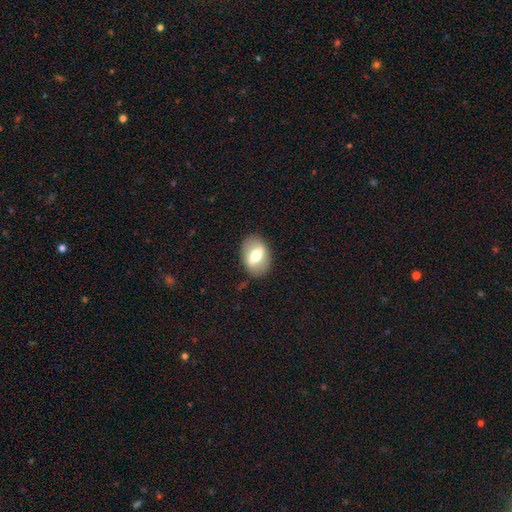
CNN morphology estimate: Q: Smooth or featured?
A: smooth (49%); runner-up: featured or disk (44%)
Q: Merging?
A: none (85%); runner-up: minor disturbance (10%)